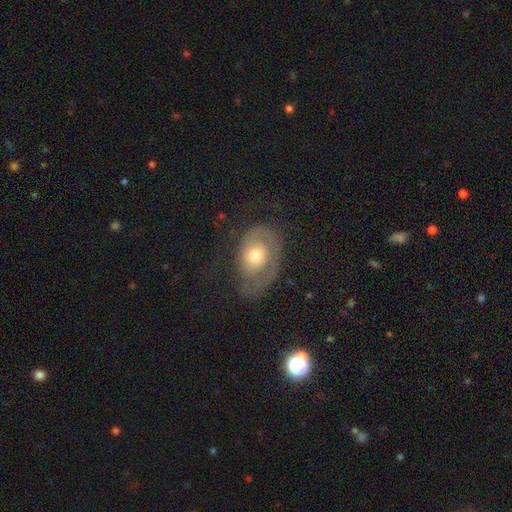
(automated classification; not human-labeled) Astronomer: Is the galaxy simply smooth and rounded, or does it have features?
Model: featured or disk — 68%.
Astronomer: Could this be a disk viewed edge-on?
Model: no — 95%.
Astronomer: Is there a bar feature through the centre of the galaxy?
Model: no — 81%.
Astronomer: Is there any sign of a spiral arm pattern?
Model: yes — 79%.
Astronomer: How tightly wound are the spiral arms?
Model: tight — 54% (runner-up: medium, 31%).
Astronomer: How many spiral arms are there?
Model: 1 — 50%.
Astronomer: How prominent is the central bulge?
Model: moderate — 66%.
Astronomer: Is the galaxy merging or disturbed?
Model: none — 49% (runner-up: major disturbance, 26%).